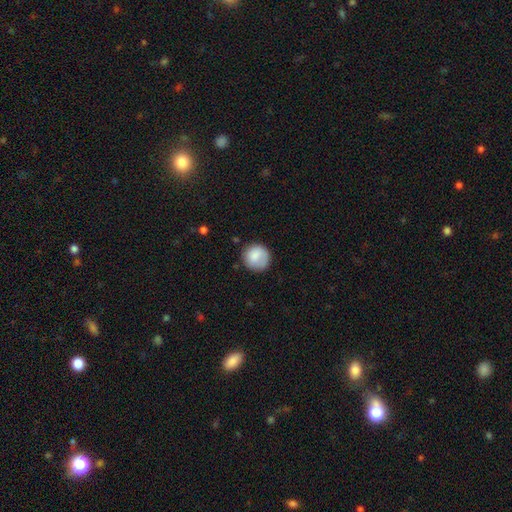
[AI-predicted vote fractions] A smooth galaxy with no disk features (82%) that is round (91%). Merging: none (76%).